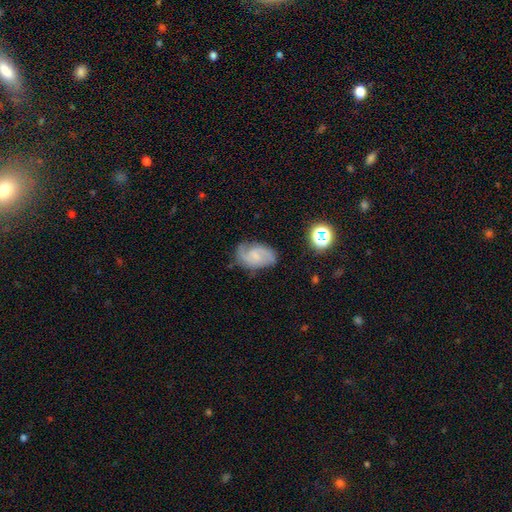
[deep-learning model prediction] A featured or disk galaxy (73%) with a weak bar (48%), 2 (83%) medium (51%) spiral arms (94%) and a small central bulge (41%).

Vote fractions:
- Smooth or featured? featured or disk: 73% / smooth: 19% / star or artifact: 8%
- Edge-on disk? no: 97% / yes: 3%
- Bar? weak: 48% / no: 43% / strong: 10%
- Spiral arms? yes: 94% / no: 6%
- Spiral winding? medium: 51% / tight: 25% / loose: 24%
- Spiral arm count? 2: 83% / can't tell: 8% / 1: 4% / 3: 3% / 4: 1% / more than 4: 1%
- Bulge size? small: 41% / none: 37% / moderate: 18% / large: 3% / dominant: 1%
- Merging? none: 71% / minor disturbance: 20% / major disturbance: 7% / merger: 2%